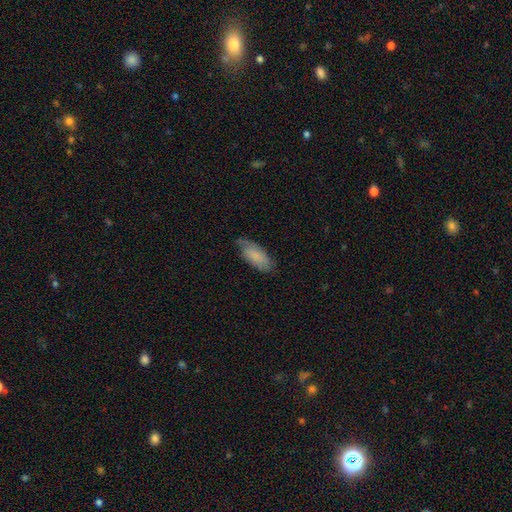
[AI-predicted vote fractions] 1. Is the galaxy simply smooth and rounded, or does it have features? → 72% smooth, 21% featured or disk, 7% star or artifact.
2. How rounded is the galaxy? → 84% in between, 14% cigar-shaped, 2% round.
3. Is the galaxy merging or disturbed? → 64% none, 28% minor disturbance, 6% major disturbance, 1% merger.